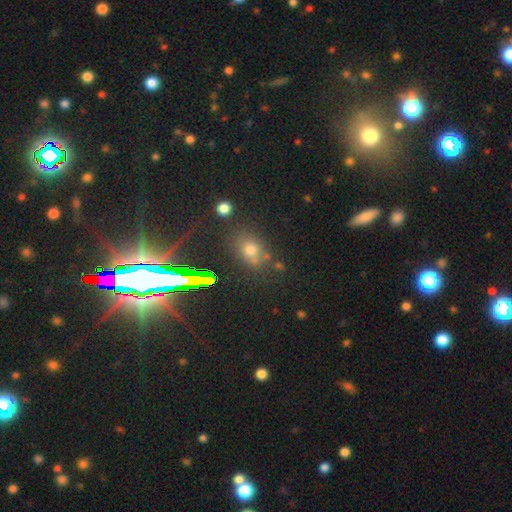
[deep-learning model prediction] A smooth galaxy with no disk features (47%). Merging: none (78%).